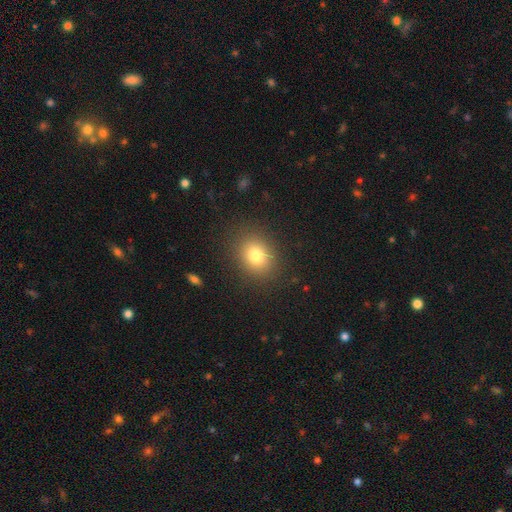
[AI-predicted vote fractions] A smooth galaxy with no disk features (78%) that is round (59%).

Vote fractions:
- Smooth or featured? smooth: 78% / star or artifact: 13% / featured or disk: 9%
- How rounded? round: 59% / in between: 40% / cigar-shaped: 1%
- Merging? none: 86% / minor disturbance: 9% / major disturbance: 4% / merger: 1%